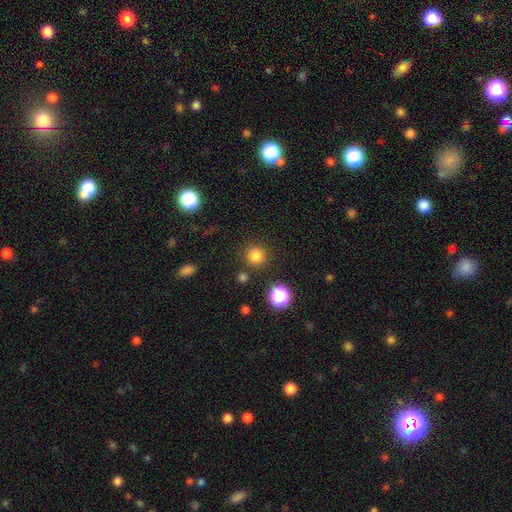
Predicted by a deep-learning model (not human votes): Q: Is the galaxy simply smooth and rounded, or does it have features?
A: smooth — 80%.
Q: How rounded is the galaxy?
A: round — 94%.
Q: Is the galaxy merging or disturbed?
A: none — 87%.